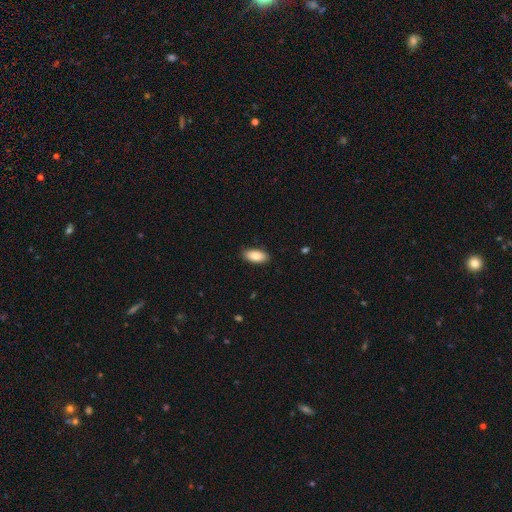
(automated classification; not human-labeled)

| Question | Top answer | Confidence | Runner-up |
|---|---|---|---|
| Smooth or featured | smooth | 85% | featured or disk (8%) |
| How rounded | in between | 91% | cigar-shaped (7%) |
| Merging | none | 88% | minor disturbance (9%) |